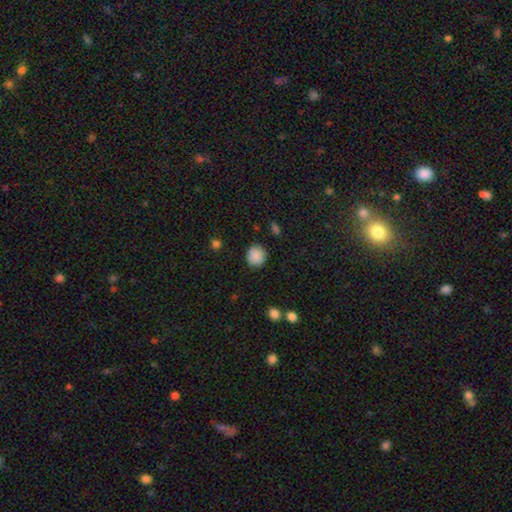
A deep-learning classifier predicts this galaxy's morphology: The model was most divided on "how rounded": round: 87%, in between: 12%, cigar-shaped: 1%. More confident: smooth or featured — smooth (88%); merging — none (87%).